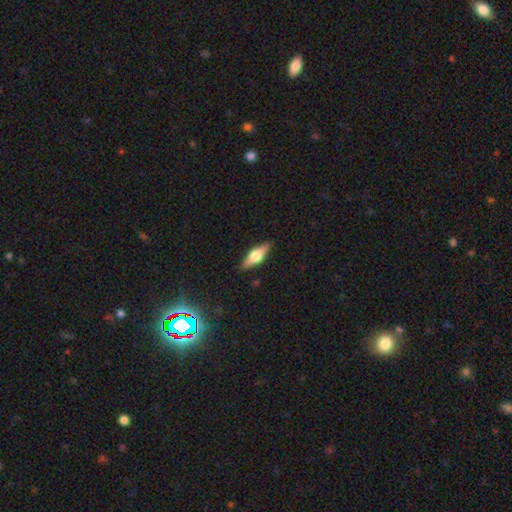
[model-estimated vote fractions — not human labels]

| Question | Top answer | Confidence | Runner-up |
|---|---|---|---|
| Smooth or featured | featured or disk | 58% | smooth (36%) |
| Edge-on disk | yes | 94% | no (6%) |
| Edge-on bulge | rounded | 93% | boxy (6%) |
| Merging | none | 87% | minor disturbance (9%) |